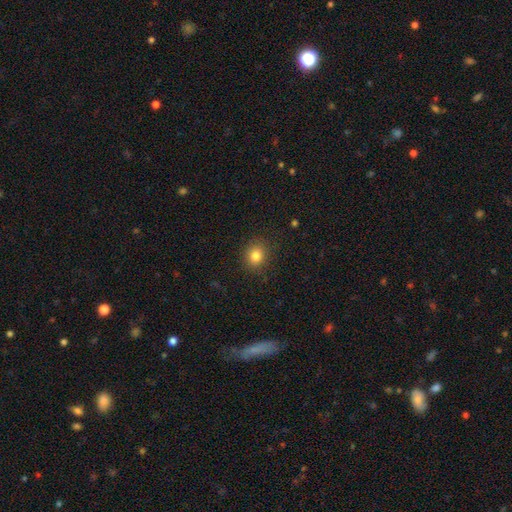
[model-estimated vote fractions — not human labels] smooth-or-featured: smooth: 82% | star or artifact: 12% | featured or disk: 6%
  how-rounded: round: 78% | in between: 21% | cigar-shaped: 1%
  merging: none: 88% | minor disturbance: 9% | major disturbance: 3% | merger: 1%